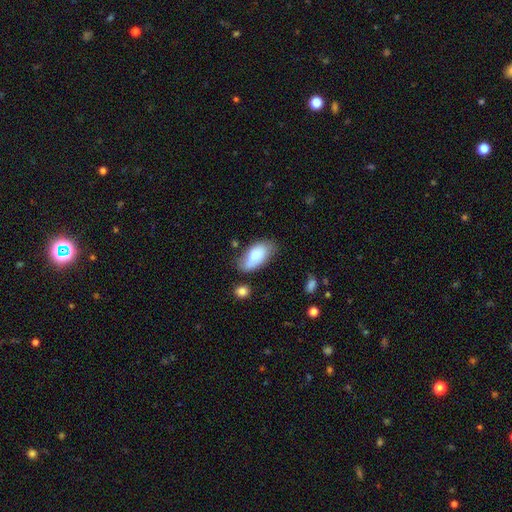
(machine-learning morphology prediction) Smooth or featured: smooth — 82% (featured or disk — 11%)
How rounded: in between — 93% (cigar-shaped — 4%)
Merging: none — 65% (minor disturbance — 25%)